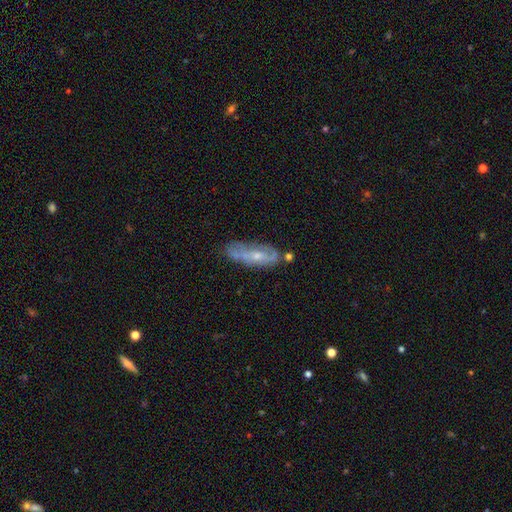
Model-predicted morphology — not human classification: A featured or disk galaxy (59%). Merging: none (54%).